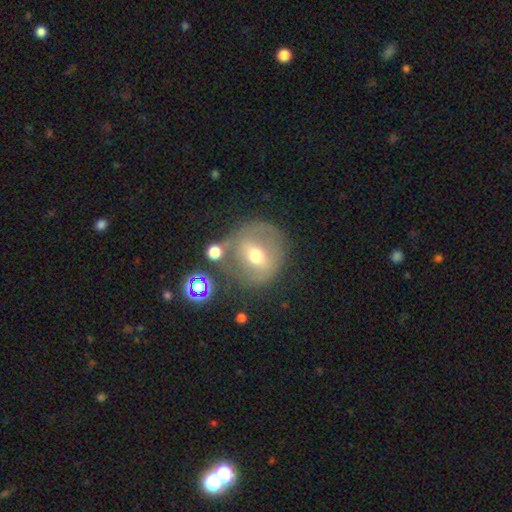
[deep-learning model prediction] Overall: featured or disk (49%; smooth 40%). Merging: none (61%).